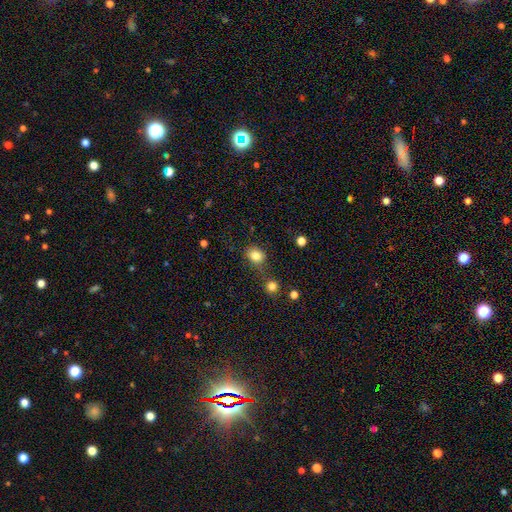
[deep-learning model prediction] smooth 82%, star or artifact 12%, featured or disk 7%. Down the decision tree: how rounded — round (66%); merging — none (69%).